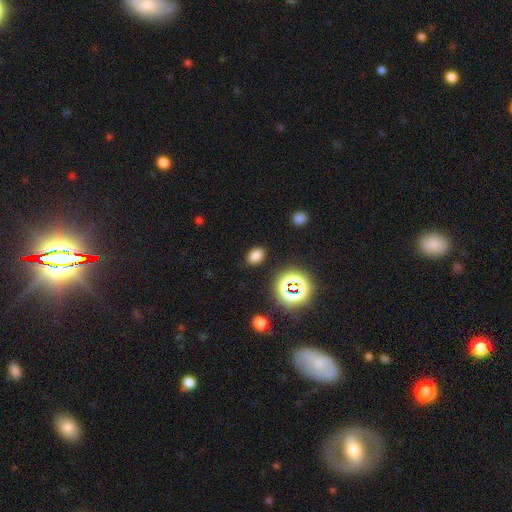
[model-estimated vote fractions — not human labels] Smooth or featured: smooth — 74% (star or artifact — 20%)
How rounded: in between — 80% (round — 18%)
Merging: none — 87% (minor disturbance — 9%)